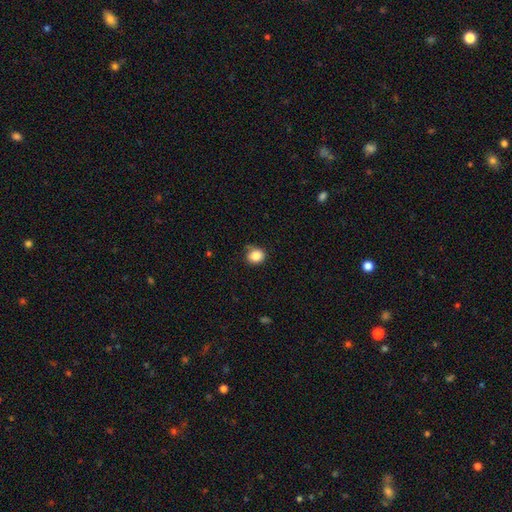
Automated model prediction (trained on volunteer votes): smooth-or-featured: smooth: 85% | star or artifact: 10% | featured or disk: 5%
  how-rounded: round: 77% | in between: 22% | cigar-shaped: 1%
  merging: none: 73% | minor disturbance: 21% | major disturbance: 4% | merger: 2%